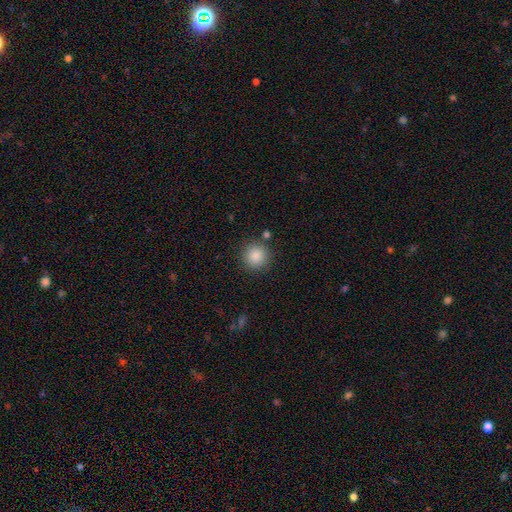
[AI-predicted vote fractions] Overall: smooth (87%). How rounded: round (94%). Merging: none (86%).